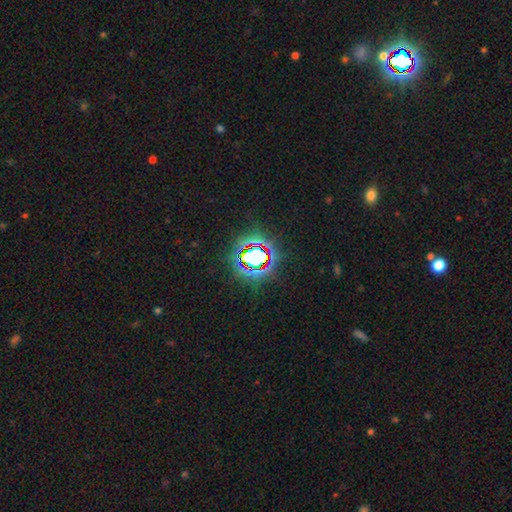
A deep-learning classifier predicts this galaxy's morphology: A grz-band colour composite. It shows a star or artifact, not a galaxy (71%).